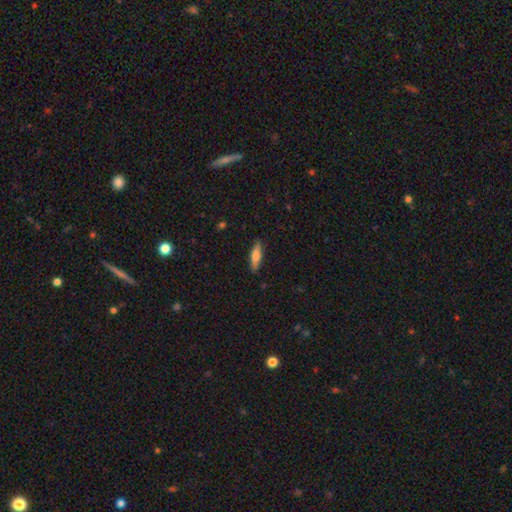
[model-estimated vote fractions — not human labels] A smooth galaxy with no disk features (68%) that is cigar-shaped (64%). Merging: none (87%).